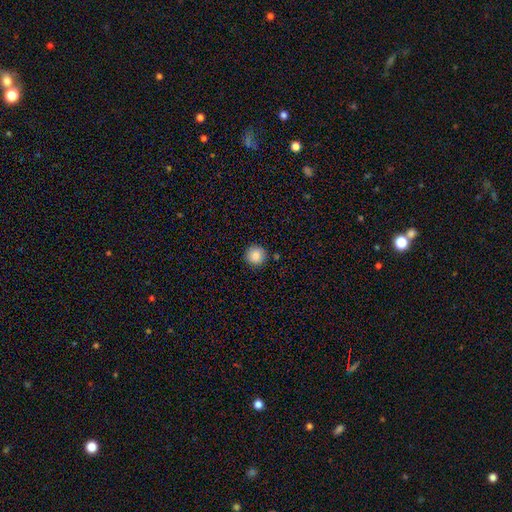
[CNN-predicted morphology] Smooth or featured: smooth — 86% (star or artifact — 9%)
How rounded: round — 95% (in between — 4%)
Merging: none — 89% (minor disturbance — 8%)